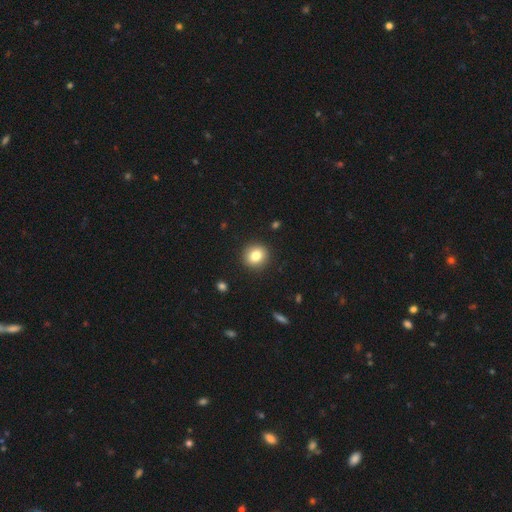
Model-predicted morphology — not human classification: A smooth galaxy with no disk features (82%) that is round (84%). Merging: none (91%).